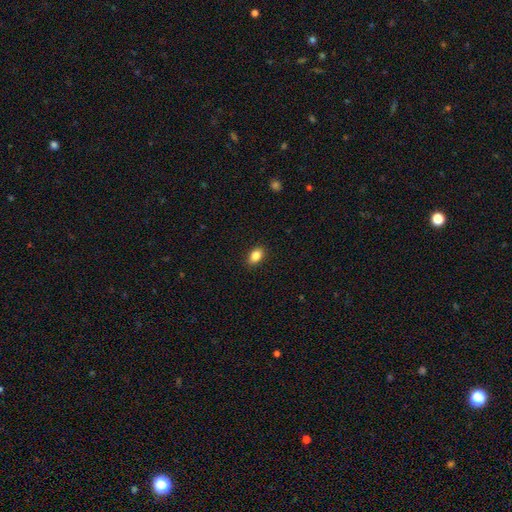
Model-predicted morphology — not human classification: Smooth or featured? smooth (86%)
How rounded? in between (85%)
Merging? none (90%)